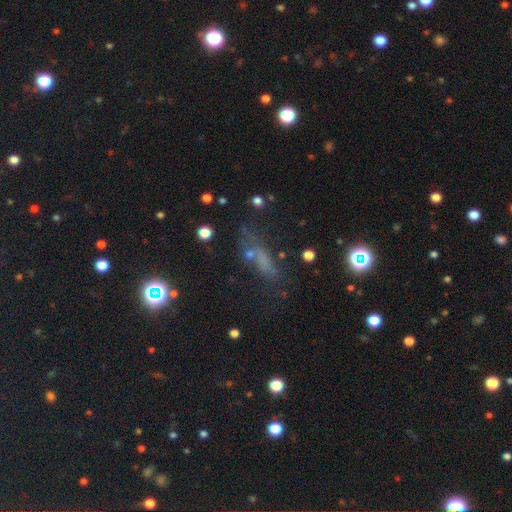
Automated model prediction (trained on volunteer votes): Overall: smooth (43%; star or artifact 32%). Merging: none (52%; minor disturbance 21%).